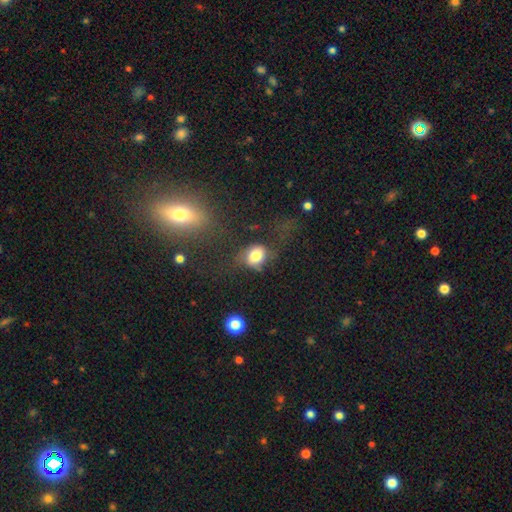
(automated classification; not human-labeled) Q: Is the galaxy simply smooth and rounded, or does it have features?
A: smooth — 73%.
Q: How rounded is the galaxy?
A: in between — 56%.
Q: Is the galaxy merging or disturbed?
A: none — 44%.